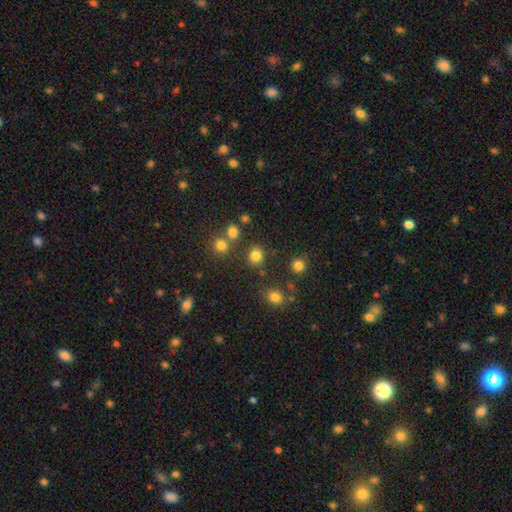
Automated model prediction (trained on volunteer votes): Smooth or featured: smooth — 80% (star or artifact — 15%)
How rounded: round — 84% (in between — 15%)
Merging: none — 79% (merger — 10%)